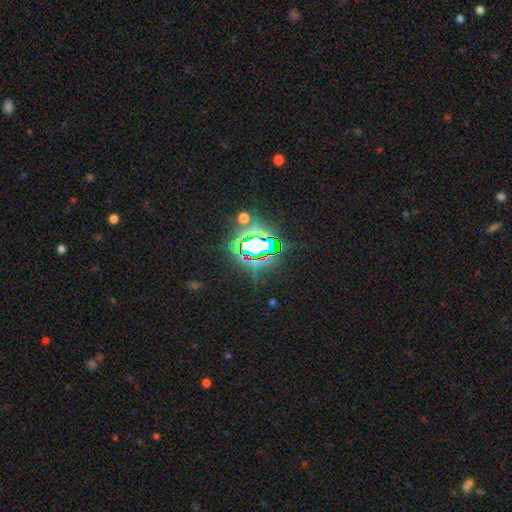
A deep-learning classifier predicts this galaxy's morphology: smooth_or_featured: star or artifact (p=0.83) [alt: smooth p=0.10]